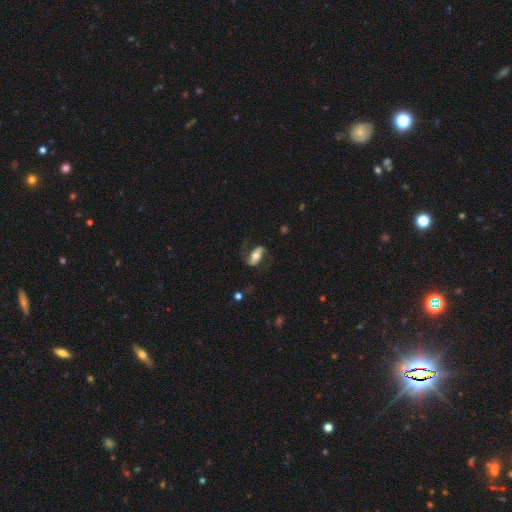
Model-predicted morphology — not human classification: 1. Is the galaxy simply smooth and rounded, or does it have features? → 63% featured or disk, 30% smooth, 6% star or artifact.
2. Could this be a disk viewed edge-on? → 91% no, 9% yes.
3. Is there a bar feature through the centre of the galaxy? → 40% strong, 34% no, 26% weak.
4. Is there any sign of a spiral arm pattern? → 85% yes, 15% no.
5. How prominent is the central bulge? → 63% moderate, 17% large, 16% small, 2% dominant, 2% none.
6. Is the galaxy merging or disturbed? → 66% none, 17% minor disturbance, 15% major disturbance, 2% merger.